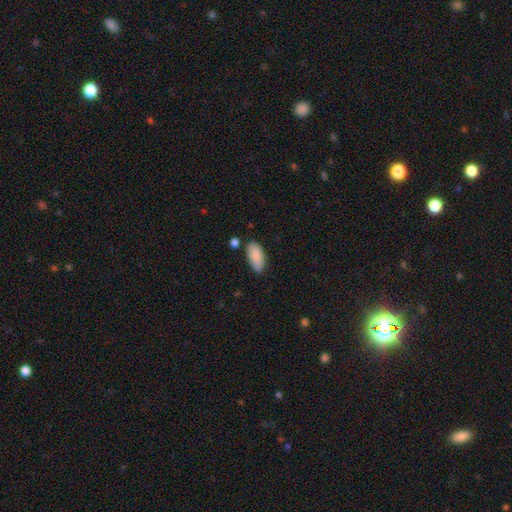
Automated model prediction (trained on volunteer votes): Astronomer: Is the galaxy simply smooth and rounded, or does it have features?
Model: smooth — 88%.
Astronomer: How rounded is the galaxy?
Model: in between — 89%.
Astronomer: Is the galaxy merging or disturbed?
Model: none — 73%.